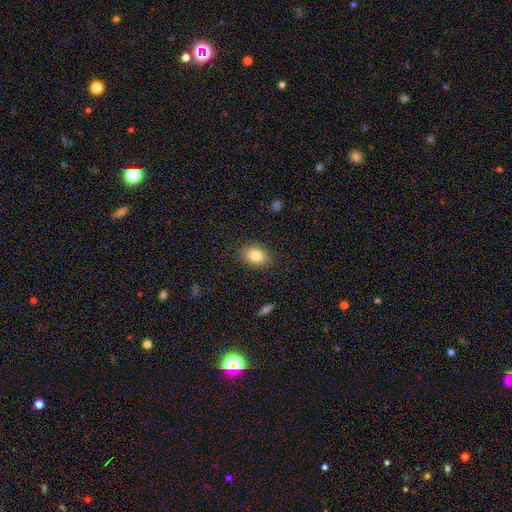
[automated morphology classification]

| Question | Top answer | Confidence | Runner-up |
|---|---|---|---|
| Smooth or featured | smooth | 82% | star or artifact (9%) |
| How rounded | in between | 74% | round (24%) |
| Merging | none | 86% | minor disturbance (10%) |